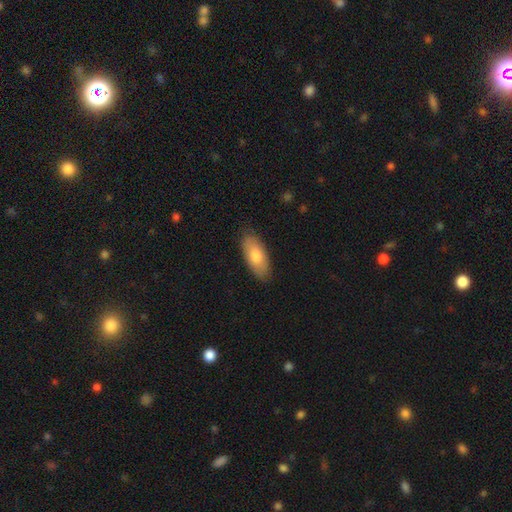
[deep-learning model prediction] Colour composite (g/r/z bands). It shows a smooth galaxy with no disk features (77%) that is in between round and cigar-shaped (87%). Merging: none (84%).